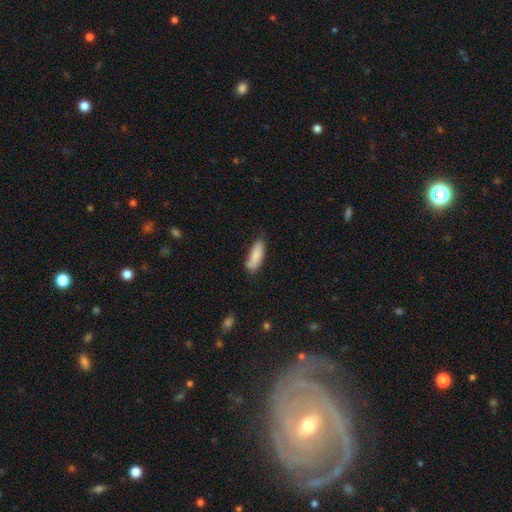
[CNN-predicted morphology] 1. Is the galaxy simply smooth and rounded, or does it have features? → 82% smooth, 11% featured or disk, 6% star or artifact.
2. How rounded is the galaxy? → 68% in between, 31% cigar-shaped, 2% round.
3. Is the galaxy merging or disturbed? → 61% none, 28% minor disturbance, 6% merger, 5% major disturbance.